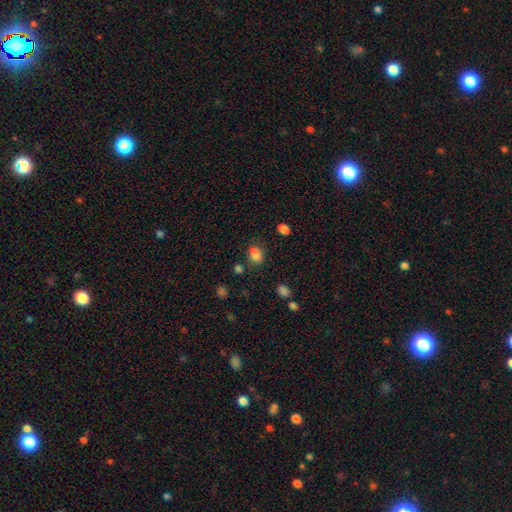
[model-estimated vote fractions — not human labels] Overall: smooth (84%). How rounded: in between (76%). Merging: none (71%).